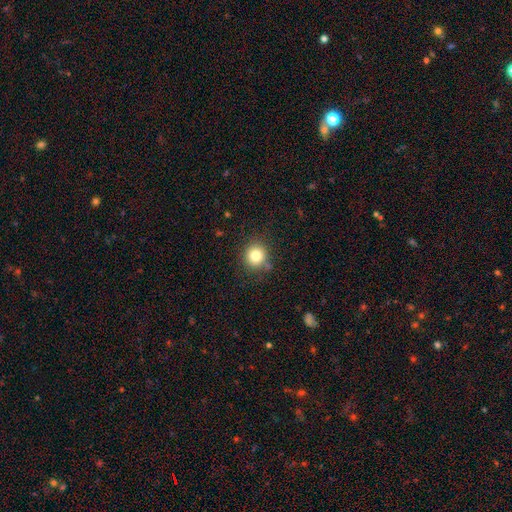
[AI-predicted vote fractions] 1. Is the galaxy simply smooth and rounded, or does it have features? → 81% smooth, 12% star or artifact, 7% featured or disk.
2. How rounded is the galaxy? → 88% round, 11% in between, 1% cigar-shaped.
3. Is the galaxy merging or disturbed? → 84% none, 10% minor disturbance, 3% major disturbance, 3% merger.